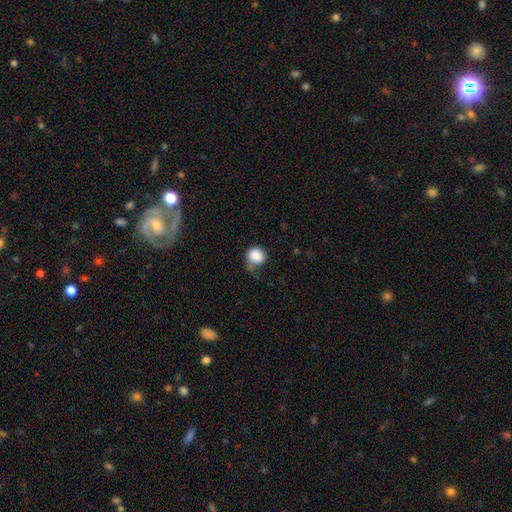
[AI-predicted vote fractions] This appears to be a smooth galaxy with no disk features (87%) that is round (84%). Merging: none (49%).